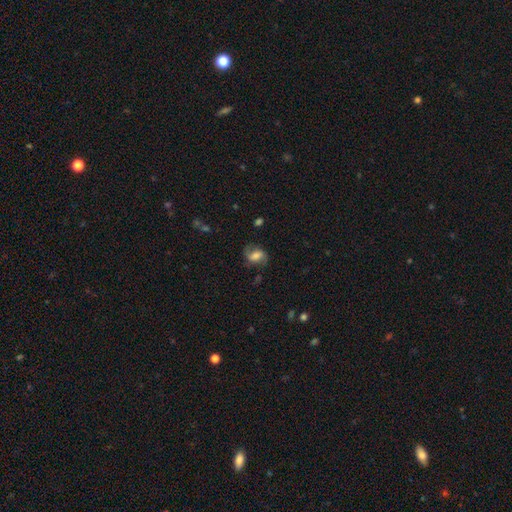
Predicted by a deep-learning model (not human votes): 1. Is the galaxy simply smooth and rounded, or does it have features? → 53% featured or disk, 38% smooth, 9% star or artifact.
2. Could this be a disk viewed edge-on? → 96% no, 4% yes.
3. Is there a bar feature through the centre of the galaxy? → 42% weak, 34% no, 24% strong.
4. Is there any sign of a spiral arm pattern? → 87% yes, 13% no.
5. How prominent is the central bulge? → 40% moderate, 25% large, 22% small, 9% none, 4% dominant.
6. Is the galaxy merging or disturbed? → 66% none, 20% minor disturbance, 11% major disturbance, 2% merger.